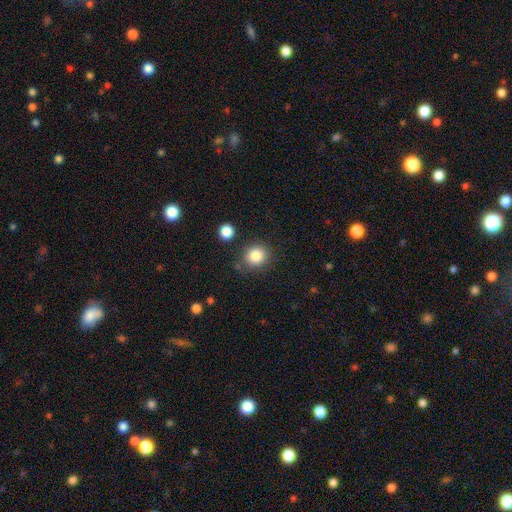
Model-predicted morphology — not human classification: A smooth galaxy with no disk features (85%) that is round (85%).

Vote fractions:
- Smooth or featured? smooth: 85% / star or artifact: 10% / featured or disk: 5%
- How rounded? round: 85% / in between: 14% / cigar-shaped: 1%
- Merging? none: 81% / minor disturbance: 11% / merger: 5% / major disturbance: 4%